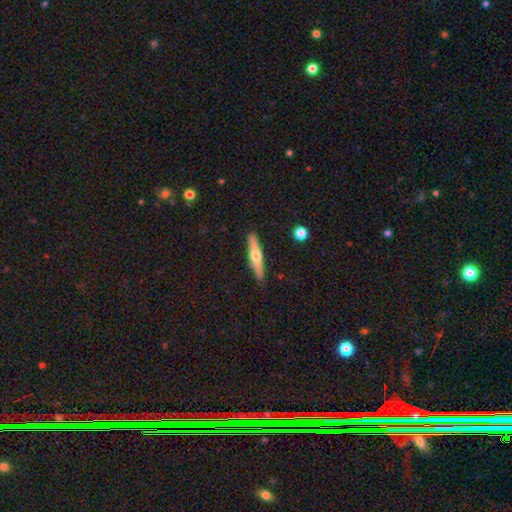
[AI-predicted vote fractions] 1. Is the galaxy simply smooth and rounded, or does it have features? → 53% featured or disk, 41% smooth, 6% star or artifact.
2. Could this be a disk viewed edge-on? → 94% yes, 6% no.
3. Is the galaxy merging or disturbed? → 89% none, 8% minor disturbance, 2% major disturbance, 1% merger.